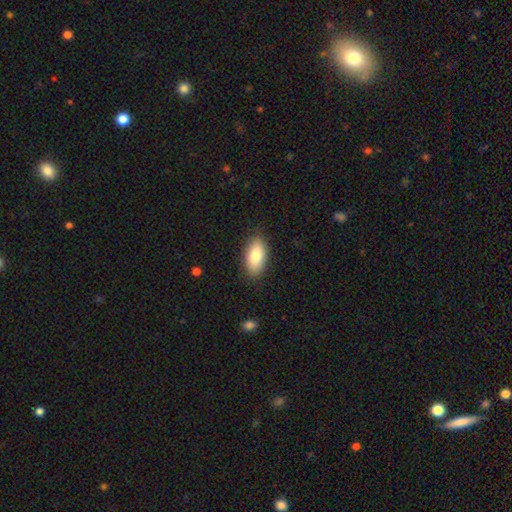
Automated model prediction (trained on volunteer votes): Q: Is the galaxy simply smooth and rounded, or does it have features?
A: smooth — 82%.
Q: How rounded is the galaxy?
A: in between — 92%.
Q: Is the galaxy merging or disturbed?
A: none — 86%.